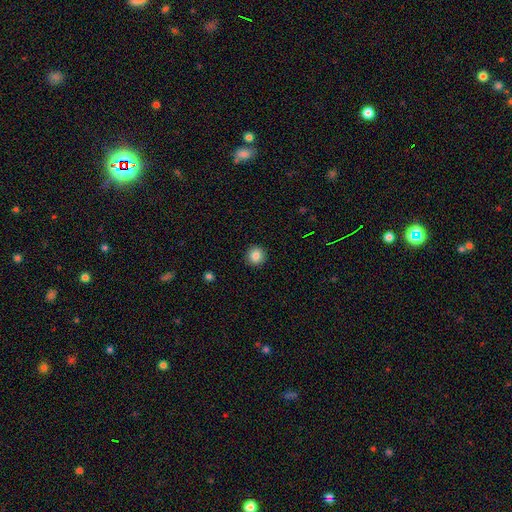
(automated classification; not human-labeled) A smooth galaxy with no disk features (85%) that is round (95%). Merging: none (93%).